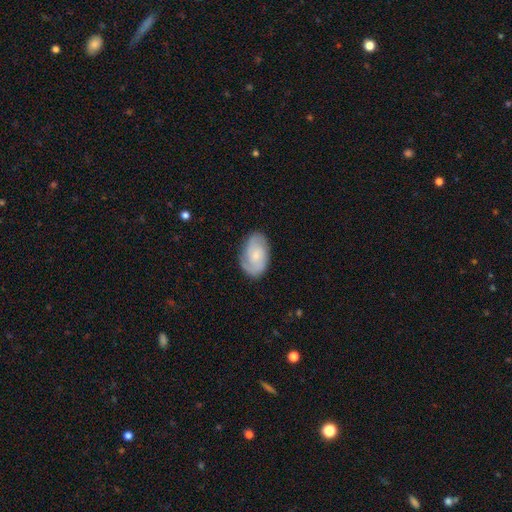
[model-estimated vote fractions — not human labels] smooth-or-featured: featured or disk: 55% | smooth: 38% | star or artifact: 6%
  disk-edge-on: no: 96% | yes: 4%
    bar: no: 69% | weak: 27% | strong: 4%
    has-spiral-arms: yes: 88% | no: 12%
    bulge-size: small: 57% | moderate: 32% | none: 6% | large: 3% | dominant: 1%
  merging: none: 78% | minor disturbance: 16% | major disturbance: 4% | merger: 1%